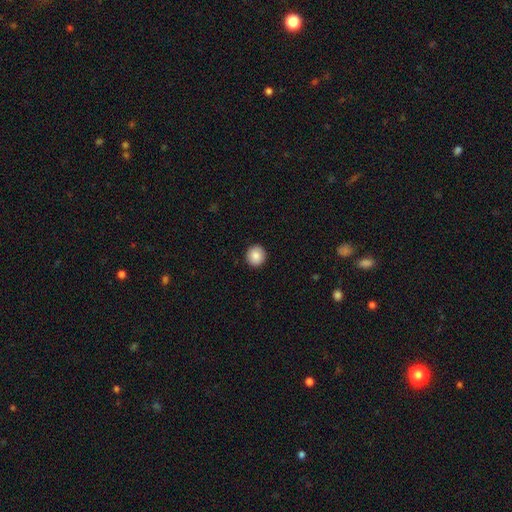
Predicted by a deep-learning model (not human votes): Overall: smooth (88%). How rounded: round (93%). Merging: none (93%).